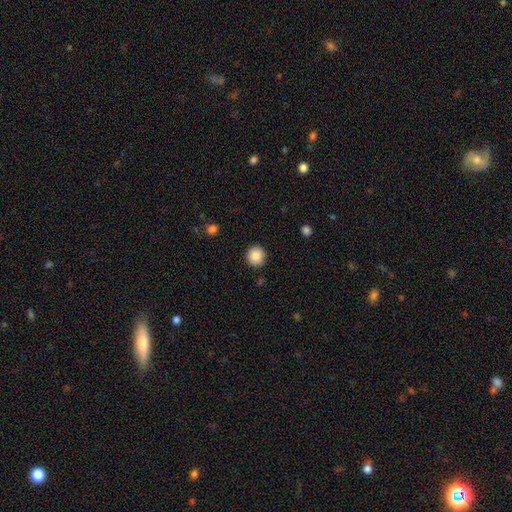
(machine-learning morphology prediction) type=smooth (89%); roundness=round (91%); merging=none (90%).